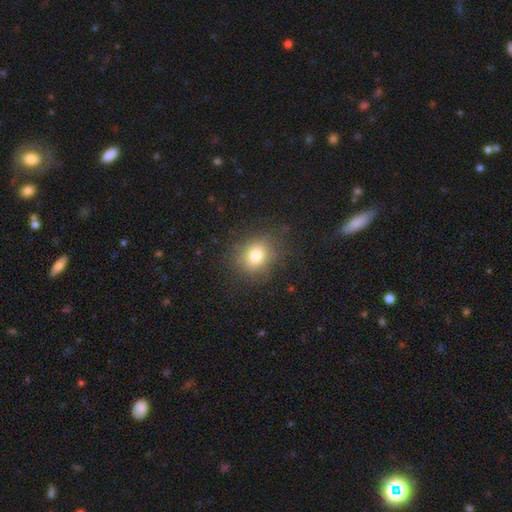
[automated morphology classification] Smooth or featured: smooth — 76% (star or artifact — 13%)
How rounded: round — 70% (in between — 29%)
Merging: none — 77% (minor disturbance — 14%)